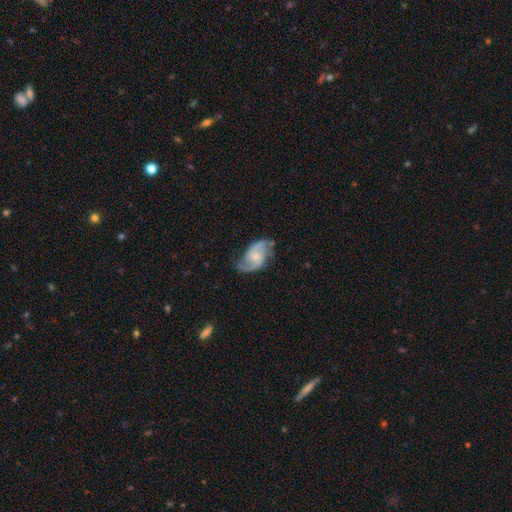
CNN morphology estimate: Smooth or featured? Predicted: featured or disk (p=0.85). Edge-on disk? Predicted: no (p=0.97). Bar? Predicted: no (p=0.50). Spiral arms? Predicted: yes (p=0.96). Spiral winding? Predicted: medium (p=0.49). Spiral arm count? Predicted: 2 (p=0.90). Bulge size? Predicted: small (p=0.47). Merging? Predicted: none (p=0.69).